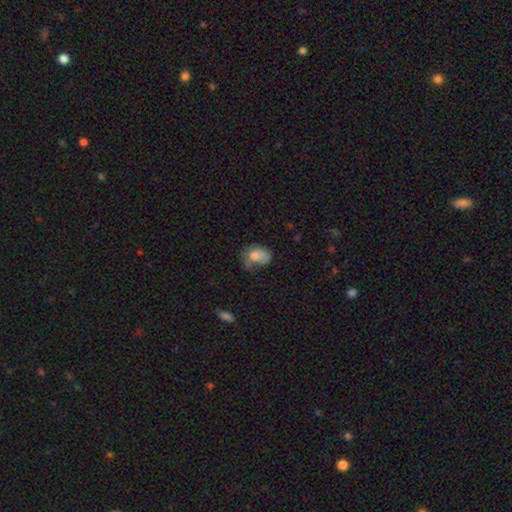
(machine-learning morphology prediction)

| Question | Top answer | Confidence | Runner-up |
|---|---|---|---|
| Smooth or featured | smooth | 67% | featured or disk (24%) |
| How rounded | in between | 67% | round (32%) |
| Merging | minor disturbance | 34% | major disturbance (31%) |